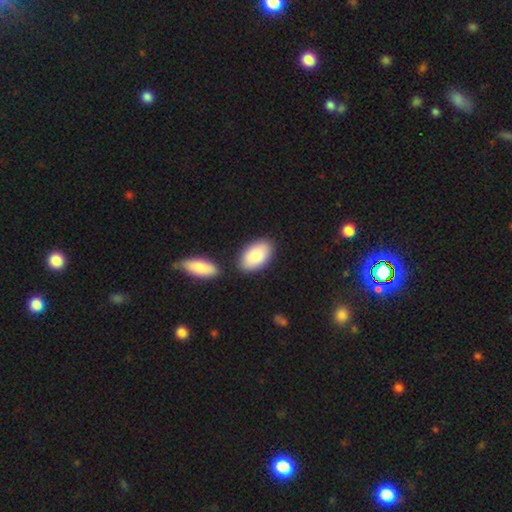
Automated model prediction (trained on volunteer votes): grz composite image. It shows a smooth galaxy with no disk features (87%) that is in between round and cigar-shaped (95%). Merging: none (74%).